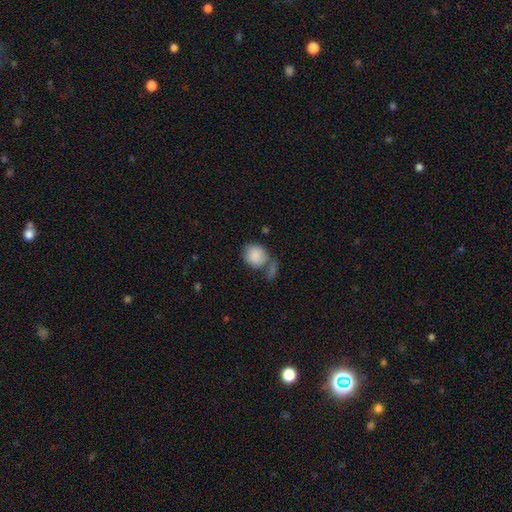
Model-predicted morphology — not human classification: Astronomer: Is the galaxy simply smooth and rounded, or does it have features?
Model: smooth — 86%.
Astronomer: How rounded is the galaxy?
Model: round — 66%.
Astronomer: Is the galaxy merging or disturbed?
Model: none — 43% (runner-up: merger, 27%).